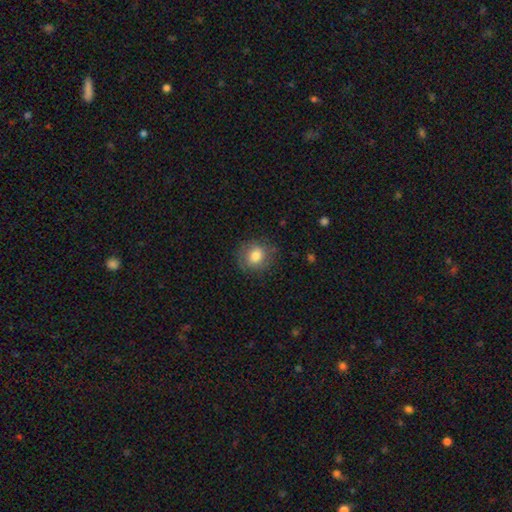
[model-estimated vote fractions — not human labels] This appears to be a smooth galaxy with no disk features (78%) that is round (80%). Merging: none (78%).